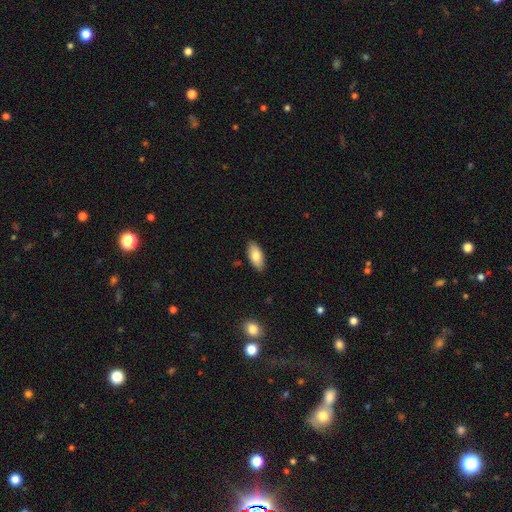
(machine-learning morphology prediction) This is likely a smooth galaxy (79%). How rounded: clearly in between (89%). Merging: clearly none (88%).